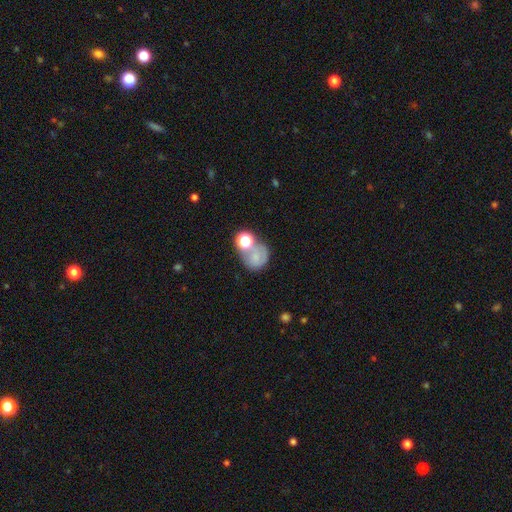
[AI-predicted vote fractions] Smooth or featured? Predicted: smooth (p=0.57). How rounded? Predicted: round (p=0.66). Merging? Predicted: none (p=0.39).